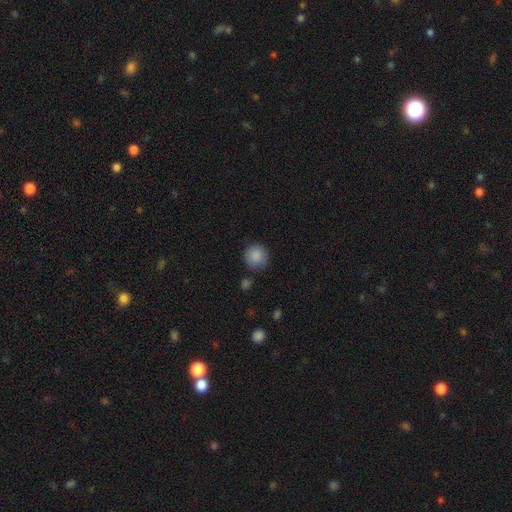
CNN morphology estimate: Smooth or featured: smooth — 88% (star or artifact — 8%)
How rounded: round — 93% (in between — 6%)
Merging: none — 83% (minor disturbance — 11%)